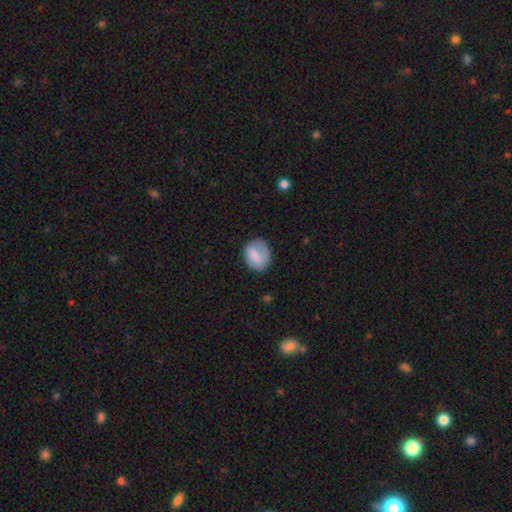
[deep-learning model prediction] Smooth or featured? Predicted: smooth (p=0.74). How rounded? Predicted: round (p=0.61). Merging? Predicted: none (p=0.66).